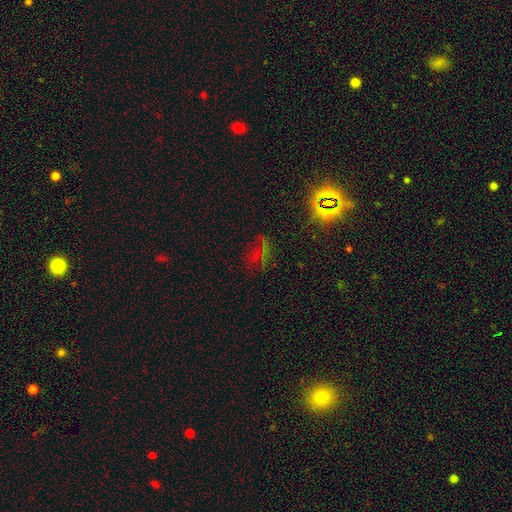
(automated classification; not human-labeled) Smooth or featured: star or artifact — 57% (smooth — 25%)